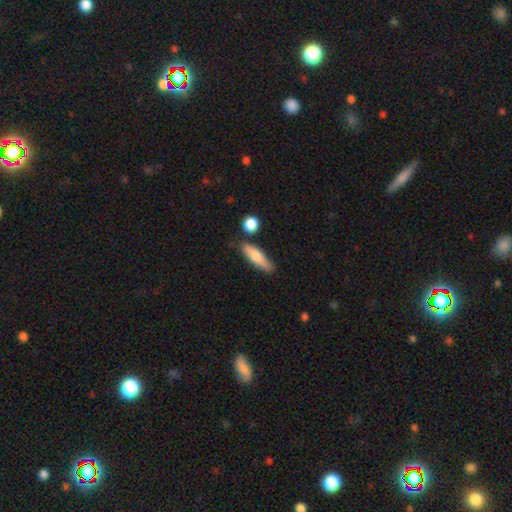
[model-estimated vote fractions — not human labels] A smooth galaxy with no disk features (73%) that is cigar-shaped (64%).

Vote fractions:
- Smooth or featured? smooth: 73% / featured or disk: 21% / star or artifact: 6%
- How rounded? cigar-shaped: 64% / in between: 33% / round: 3%
- Merging? none: 74% / minor disturbance: 16% / merger: 6% / major disturbance: 4%